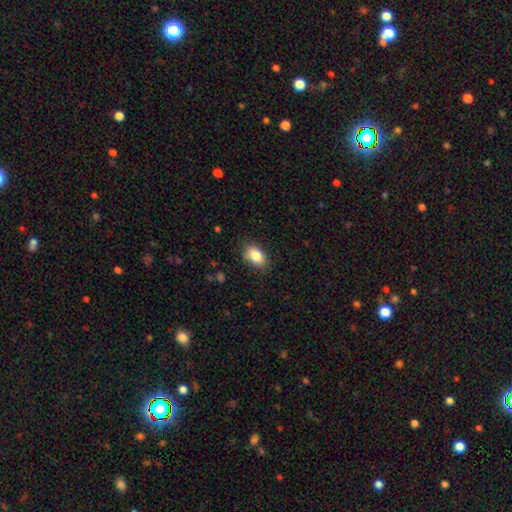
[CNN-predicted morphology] Smooth or featured?
  - smooth: 86% *
  - star or artifact: 8%
  - featured or disk: 6%
How rounded?
  - in between: 86% *
  - round: 12%
  - cigar-shaped: 2%
Merging?
  - none: 81% *
  - minor disturbance: 15%
  - major disturbance: 3%
  - merger: 1%